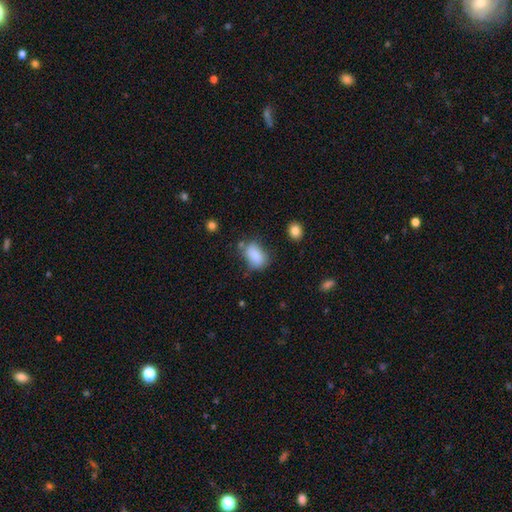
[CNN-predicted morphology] Q: Smooth or featured?
A: smooth (85%); runner-up: star or artifact (9%)
Q: How rounded?
A: in between (87%); runner-up: round (11%)
Q: Merging?
A: none (58%); runner-up: minor disturbance (25%)